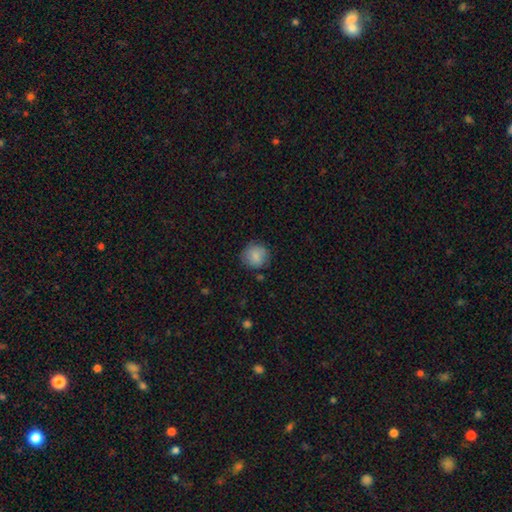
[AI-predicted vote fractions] Smooth or featured? Predicted: smooth (p=0.84). How rounded? Predicted: round (p=0.90). Merging? Predicted: none (p=0.80).